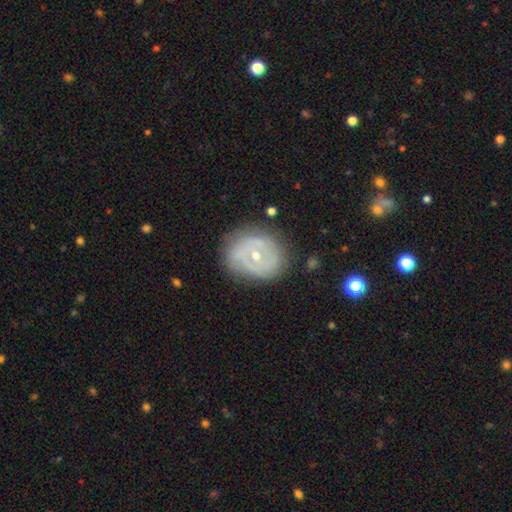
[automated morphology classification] The model was most divided on "spiral arms": yes: 55%, no: 45%. More confident: edge-on disk — no (96%); bar — no (74%); merging — none (71%); smooth or featured — featured or disk (65%); bulge size — small (57%).